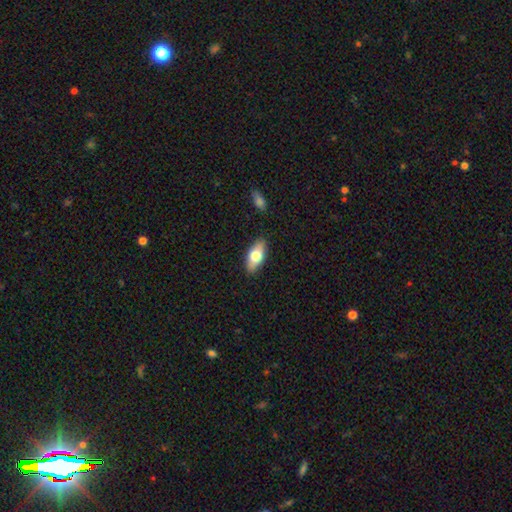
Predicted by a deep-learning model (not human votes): This appears to be a smooth galaxy with no disk features (68%) that is in between round and cigar-shaped (85%). Merging: none (88%).